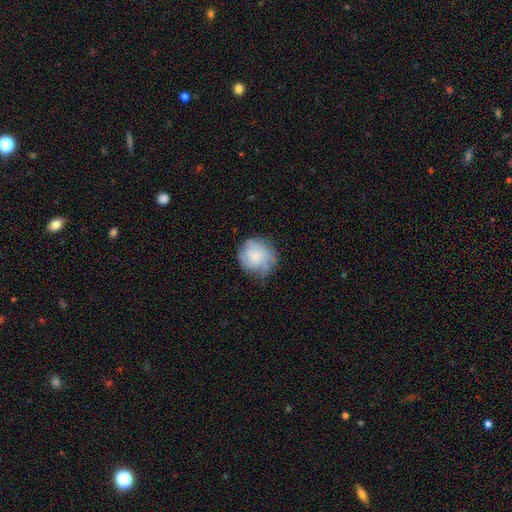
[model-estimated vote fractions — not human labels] smooth 65%, featured or disk 28%, star or artifact 8%. Down the decision tree: how rounded — round (87%); merging — none (59%).